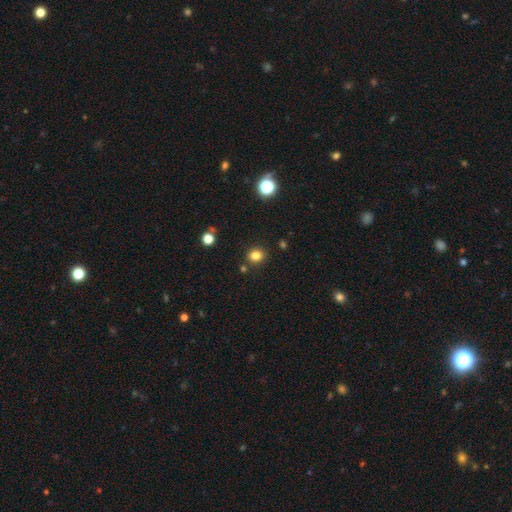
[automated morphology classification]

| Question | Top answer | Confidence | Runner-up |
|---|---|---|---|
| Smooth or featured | smooth | 81% | star or artifact (14%) |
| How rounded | round | 75% | in between (24%) |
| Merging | none | 86% | minor disturbance (8%) |